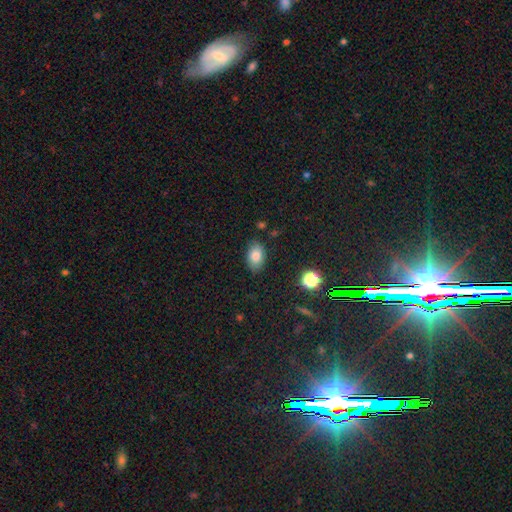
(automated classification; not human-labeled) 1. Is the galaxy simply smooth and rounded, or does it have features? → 81% smooth, 10% star or artifact, 9% featured or disk.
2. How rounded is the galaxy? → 88% in between, 11% round, 1% cigar-shaped.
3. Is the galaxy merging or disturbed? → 83% none, 12% minor disturbance, 3% major disturbance, 2% merger.